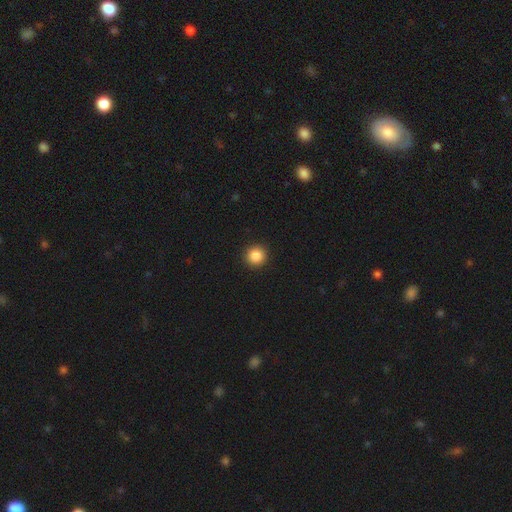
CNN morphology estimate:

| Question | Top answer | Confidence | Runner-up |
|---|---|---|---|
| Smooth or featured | smooth | 87% | star or artifact (10%) |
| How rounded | round | 94% | in between (5%) |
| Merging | none | 93% | minor disturbance (4%) |